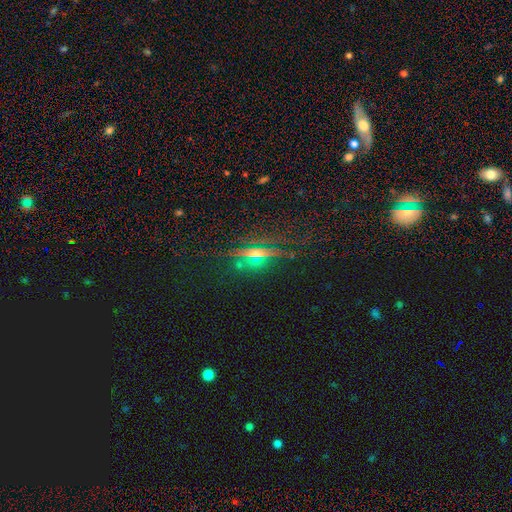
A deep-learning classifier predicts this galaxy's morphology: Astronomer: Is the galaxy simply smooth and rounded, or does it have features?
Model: star or artifact — 42% (runner-up: featured or disk, 33%).